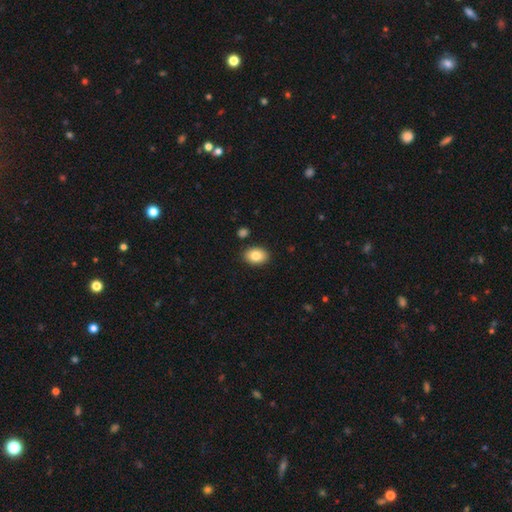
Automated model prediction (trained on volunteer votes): Smooth or featured: smooth — 85% (featured or disk — 8%)
How rounded: in between — 77% (round — 22%)
Merging: none — 88% (minor disturbance — 8%)